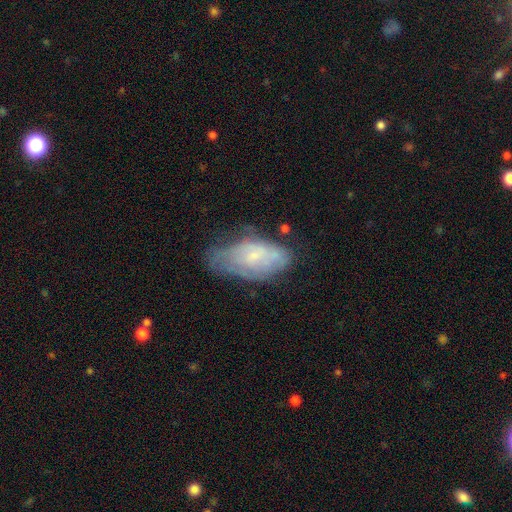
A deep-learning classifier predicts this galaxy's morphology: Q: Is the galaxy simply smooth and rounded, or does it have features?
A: featured or disk — 47%.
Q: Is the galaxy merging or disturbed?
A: none — 42%.